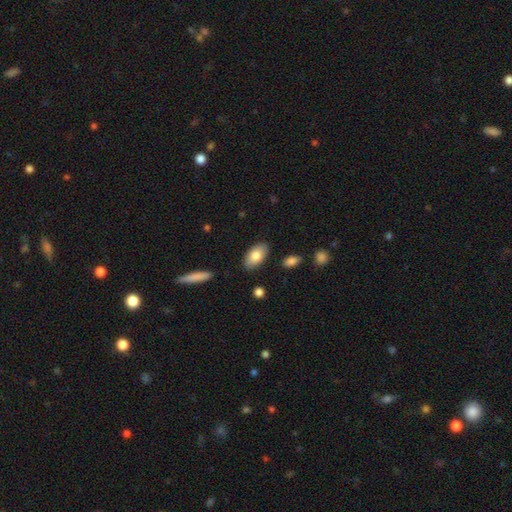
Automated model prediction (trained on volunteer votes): smooth 80%, featured or disk 14%, star or artifact 6%. Down the decision tree: how rounded — in between (94%); merging — none (86%).